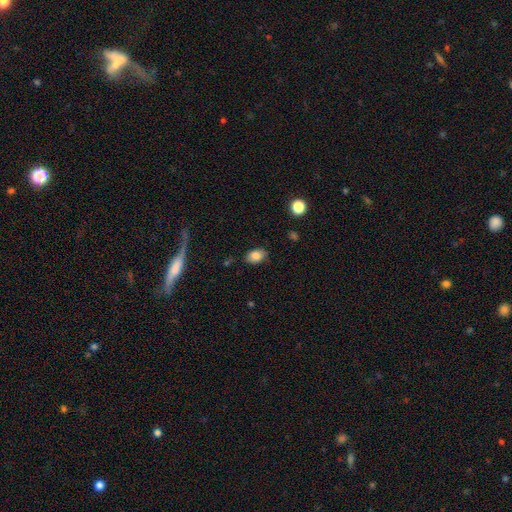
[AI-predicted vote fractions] Q: Smooth or featured?
A: smooth (83%); runner-up: star or artifact (9%)
Q: How rounded?
A: in between (84%); runner-up: round (14%)
Q: Merging?
A: none (82%); runner-up: minor disturbance (14%)